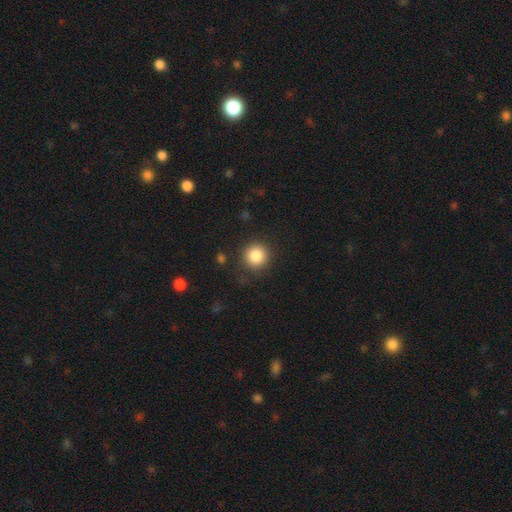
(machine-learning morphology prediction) smooth_or_featured: smooth (p=0.86) [alt: star or artifact p=0.09]
how_rounded: round (p=0.93) [alt: in between p=0.06]
merging: none (p=0.86) [alt: minor disturbance p=0.09]